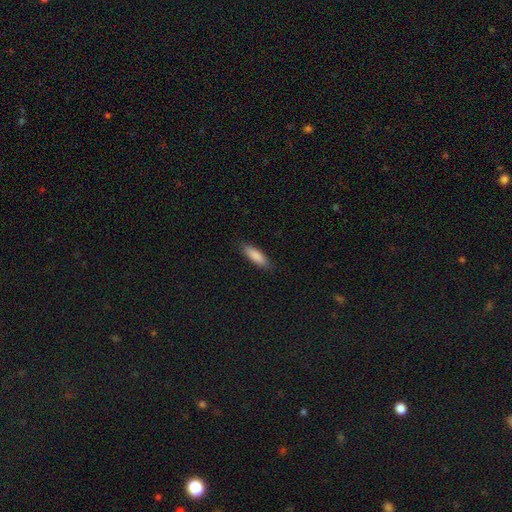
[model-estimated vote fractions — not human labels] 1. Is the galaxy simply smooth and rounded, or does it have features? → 88% smooth, 6% featured or disk, 6% star or artifact.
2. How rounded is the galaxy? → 51% in between, 48% cigar-shaped, 2% round.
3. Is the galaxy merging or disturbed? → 87% none, 10% minor disturbance, 2% major disturbance, 1% merger.